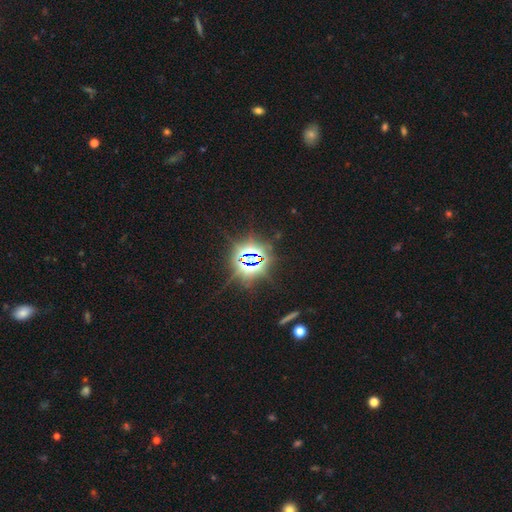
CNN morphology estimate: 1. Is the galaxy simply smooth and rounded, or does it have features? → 84% star or artifact, 9% smooth, 7% featured or disk.